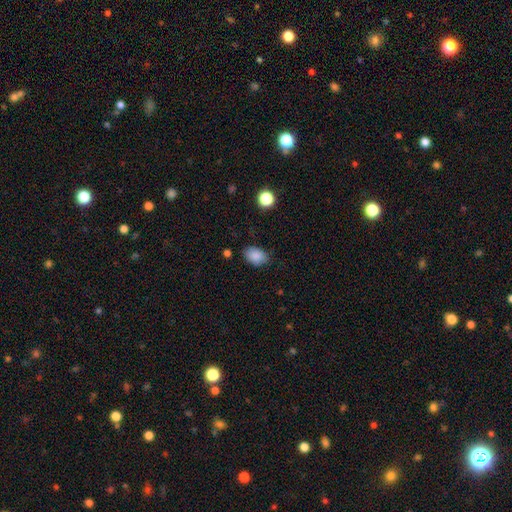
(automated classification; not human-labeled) Morphology: type=smooth (87%); roundness=in between (81%); merging=none (76%).